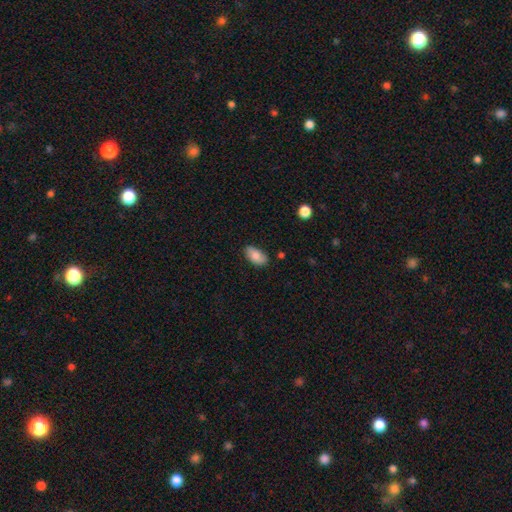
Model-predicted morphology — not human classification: Smooth or featured: smooth — 81% (featured or disk — 12%)
How rounded: in between — 94% (round — 4%)
Merging: none — 80% (minor disturbance — 16%)